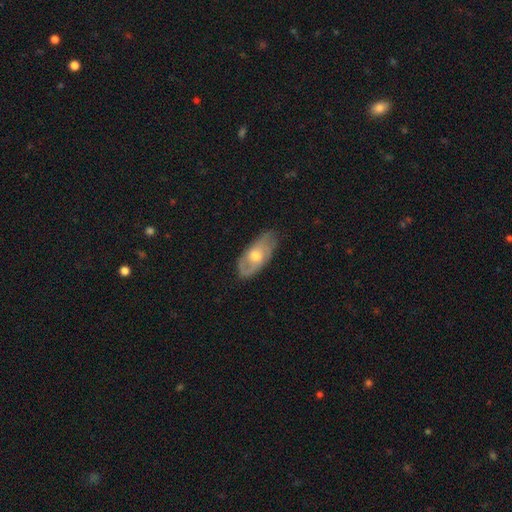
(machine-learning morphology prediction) This is possibly a featured or disk galaxy (57%). It is clearly not viewed edge-on (85%). Merging: likely none (70%).